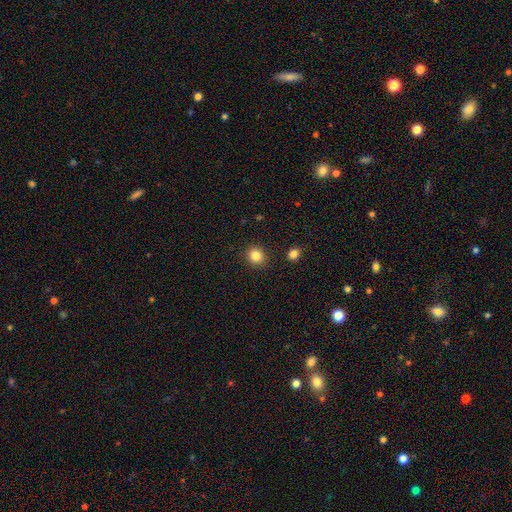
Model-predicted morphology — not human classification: The model was most divided on "how rounded": round: 82%, in between: 17%, cigar-shaped: 1%. More confident: merging — none (89%); smooth or featured — smooth (84%).